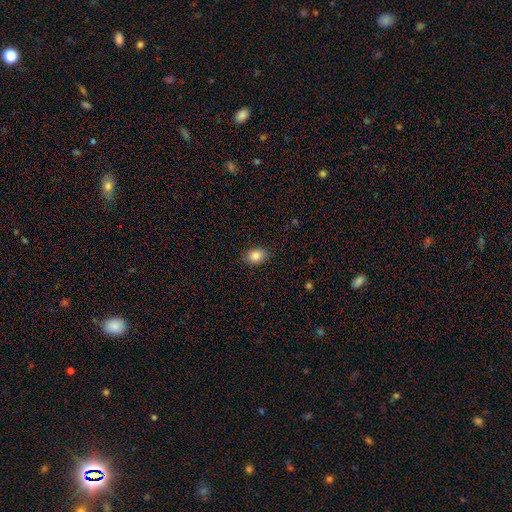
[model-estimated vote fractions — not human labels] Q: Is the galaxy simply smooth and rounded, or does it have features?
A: smooth — 86%.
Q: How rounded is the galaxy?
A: in between — 77%.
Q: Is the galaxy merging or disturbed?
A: none — 87%.